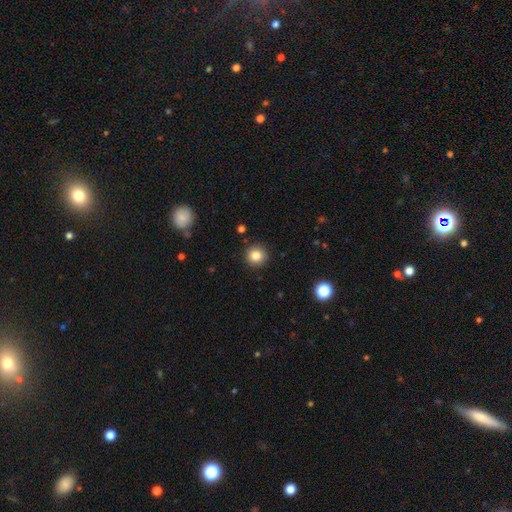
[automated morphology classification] Overall: smooth (84%). How rounded: round (94%). Merging: none (92%).